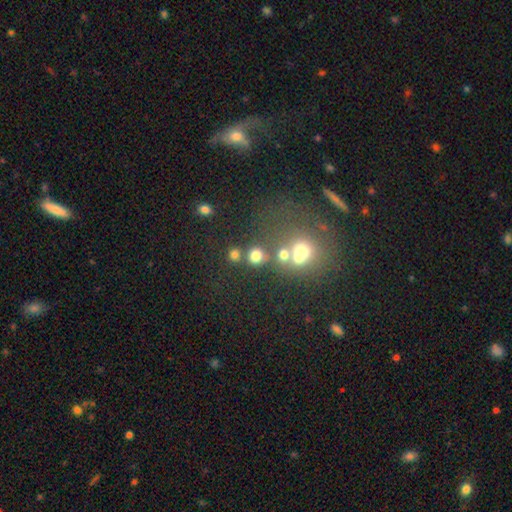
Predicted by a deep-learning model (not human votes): Smooth or featured: smooth — 74% (star or artifact — 17%)
How rounded: round — 86% (in between — 12%)
Merging: none — 64% (merger — 23%)